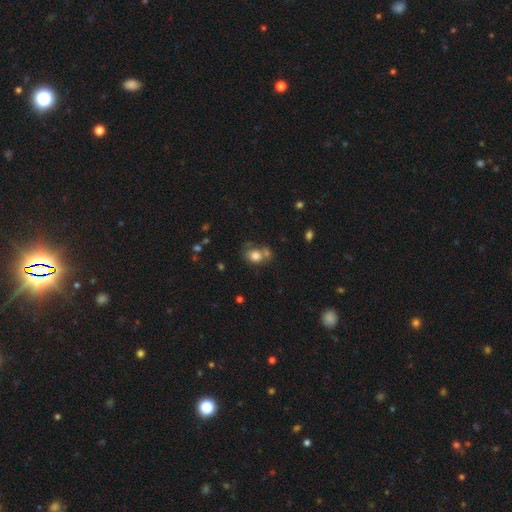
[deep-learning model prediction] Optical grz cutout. It shows a smooth galaxy with no disk features (76%) that is round (52%). Merging: none (41%).